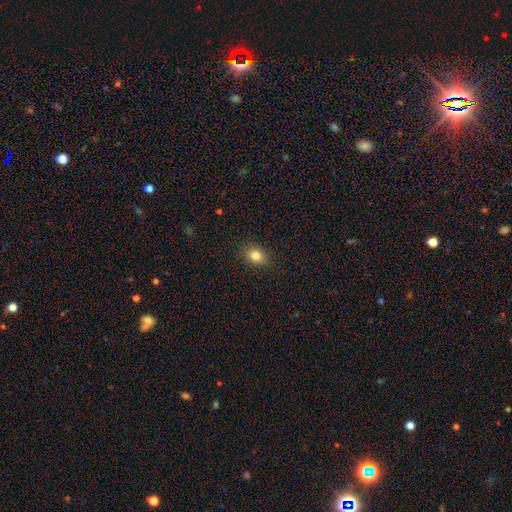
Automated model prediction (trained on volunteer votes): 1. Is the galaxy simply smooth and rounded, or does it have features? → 82% smooth, 11% star or artifact, 7% featured or disk.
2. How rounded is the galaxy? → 52% in between, 47% round, 1% cigar-shaped.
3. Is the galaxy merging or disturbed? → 87% none, 9% minor disturbance, 2% major disturbance, 1% merger.